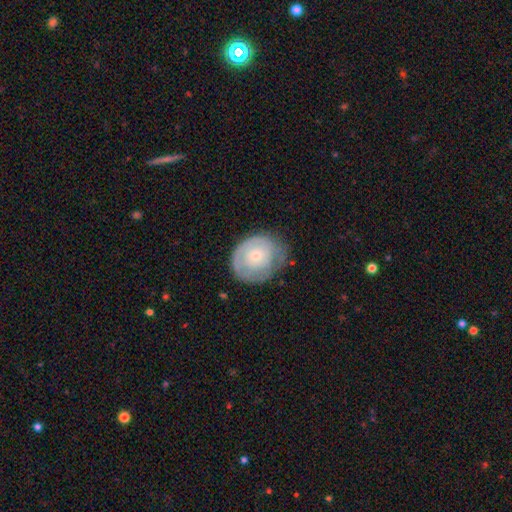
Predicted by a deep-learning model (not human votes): Smooth or featured: featured or disk — 49% (smooth — 45%)
Merging: none — 58% (minor disturbance — 28%)